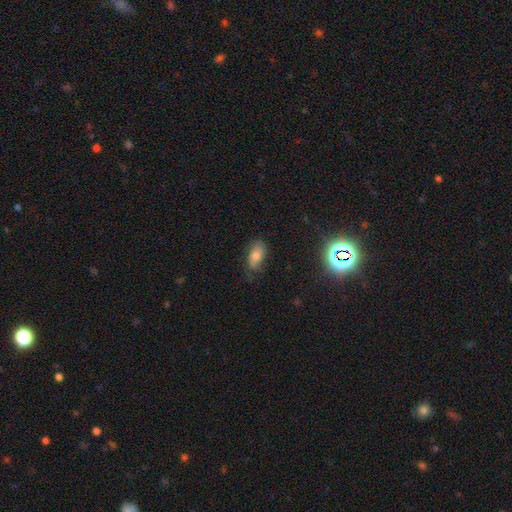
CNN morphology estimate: Smooth or featured? Predicted: smooth (p=0.63). How rounded? Predicted: in between (p=0.87). Merging? Predicted: none (p=0.63).